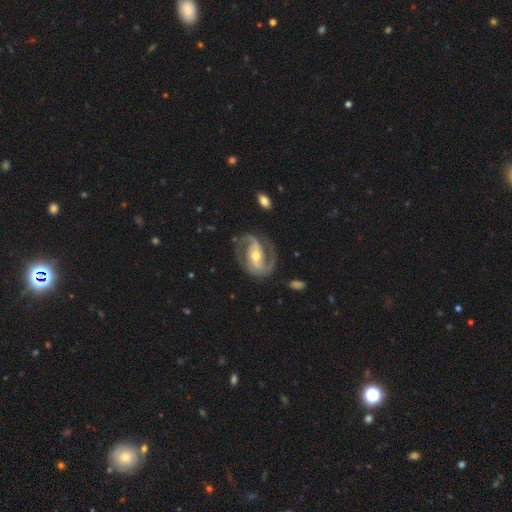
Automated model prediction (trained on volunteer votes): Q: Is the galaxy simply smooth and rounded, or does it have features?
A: featured or disk — 92%.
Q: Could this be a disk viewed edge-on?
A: no — 97%.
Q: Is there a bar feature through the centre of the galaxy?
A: strong — 39%.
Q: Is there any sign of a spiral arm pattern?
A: yes — 98%.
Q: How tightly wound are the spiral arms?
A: medium — 56%.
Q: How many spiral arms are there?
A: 2 — 90%.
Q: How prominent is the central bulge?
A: moderate — 61%.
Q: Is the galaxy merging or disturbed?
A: none — 77%.